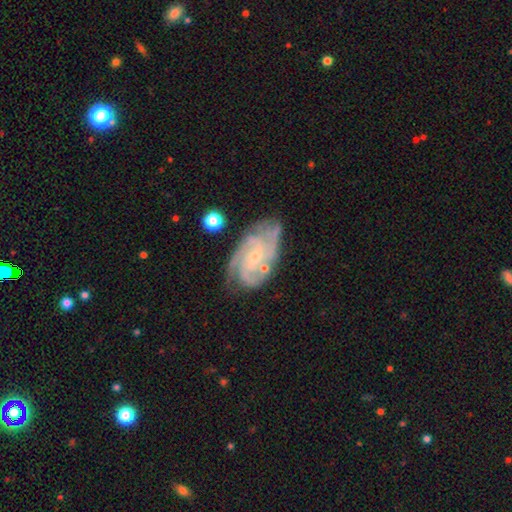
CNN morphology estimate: This appears to be a featured or disk galaxy (86%) with no bar (61%), 3 (31%) tight (56%) spiral arms (97%) and a small central bulge (78%). Merging: none (67%).